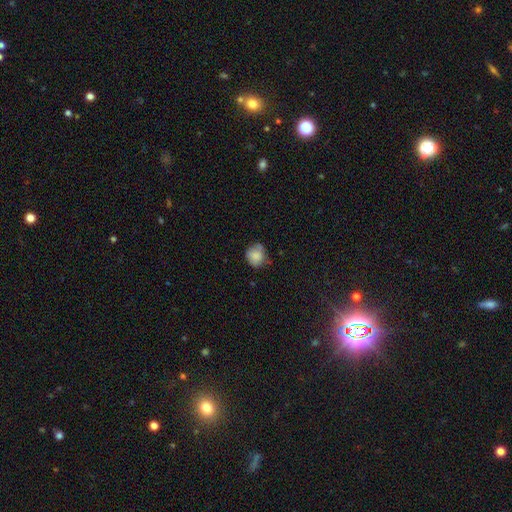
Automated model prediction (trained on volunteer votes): Smooth or featured? smooth (79%)
How rounded? round (76%)
Merging? none (57%)